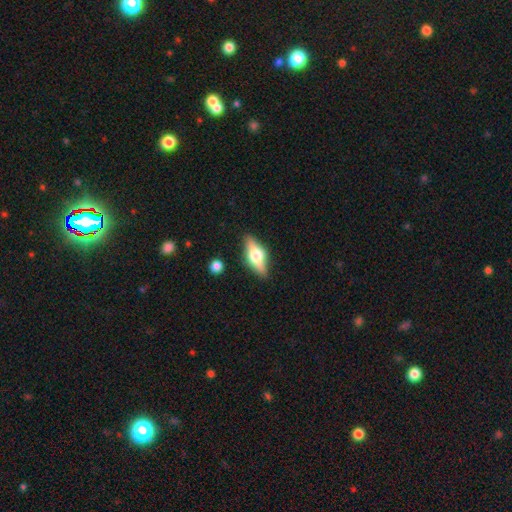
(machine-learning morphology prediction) Smooth or featured: featured or disk — 55% (smooth — 38%)
Edge-on disk: yes — 91% (no — 9%)
Merging: none — 84% (minor disturbance — 12%)